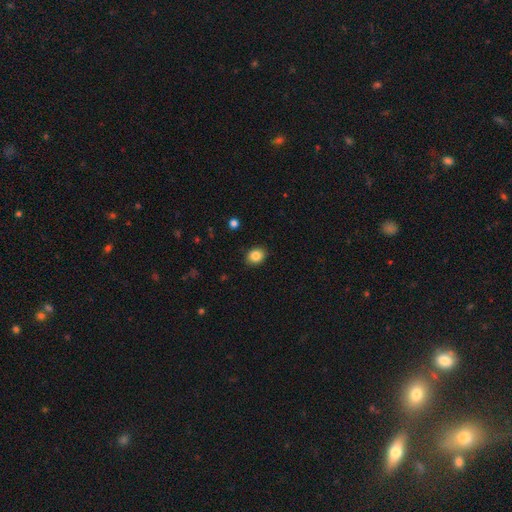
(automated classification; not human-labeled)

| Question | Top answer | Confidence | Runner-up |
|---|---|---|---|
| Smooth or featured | smooth | 86% | star or artifact (9%) |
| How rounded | round | 54% | in between (45%) |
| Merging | none | 89% | minor disturbance (8%) |